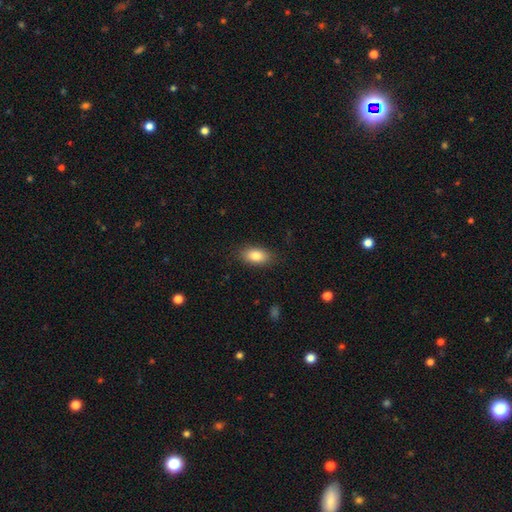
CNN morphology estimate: smooth-or-featured: smooth: 84% | featured or disk: 8% | star or artifact: 7%
  how-rounded: in between: 90% | round: 5% | cigar-shaped: 5%
  merging: none: 86% | minor disturbance: 10% | major disturbance: 3% | merger: 1%